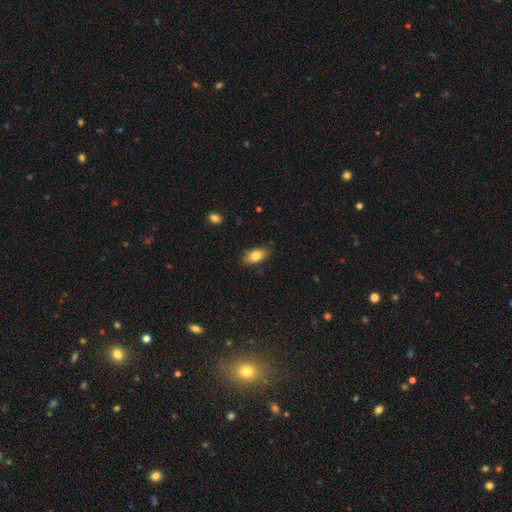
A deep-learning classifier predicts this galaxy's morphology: Q: Smooth or featured?
A: smooth (80%); runner-up: featured or disk (12%)
Q: How rounded?
A: in between (88%); runner-up: cigar-shaped (7%)
Q: Merging?
A: none (81%); runner-up: minor disturbance (15%)